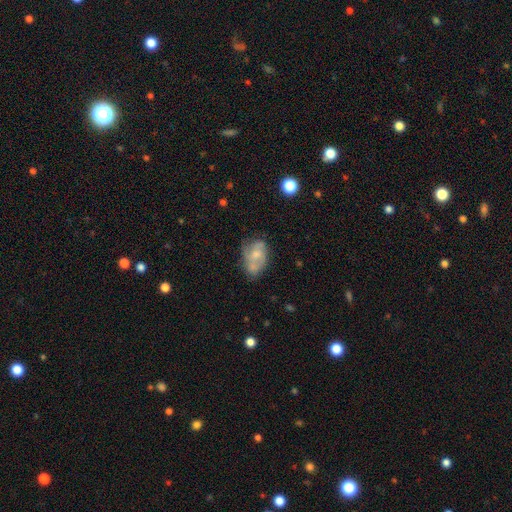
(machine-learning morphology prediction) Smooth or featured?
  - featured or disk: 50% *
  - smooth: 42%
  - star or artifact: 8%
Merging?
  - none: 45% *
  - minor disturbance: 30%
  - major disturbance: 14%
  - merger: 10%